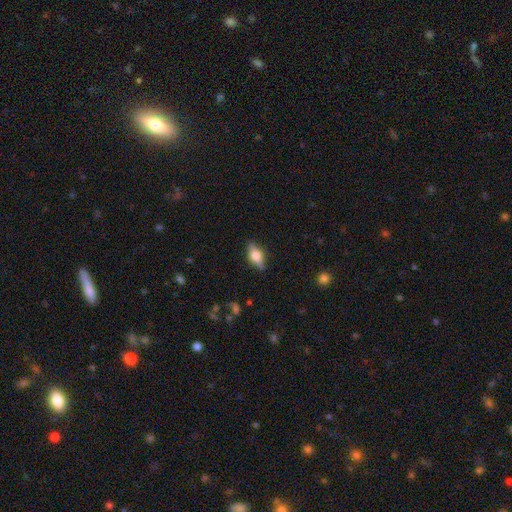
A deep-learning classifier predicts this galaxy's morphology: Smooth or featured? featured or disk (49%)
Merging? none (84%)